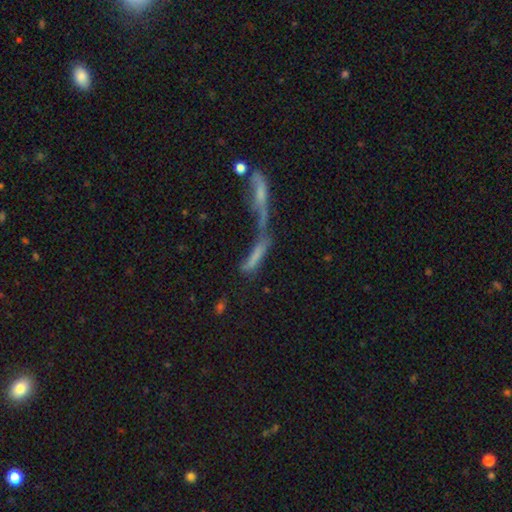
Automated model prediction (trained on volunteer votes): Smooth or featured?
  - smooth: 56% *
  - featured or disk: 30%
  - star or artifact: 15%
How rounded?
  - cigar-shaped: 78% *
  - in between: 19%
  - round: 3%
Merging?
  - merger: 68% *
  - none: 15%
  - major disturbance: 10%
  - minor disturbance: 7%